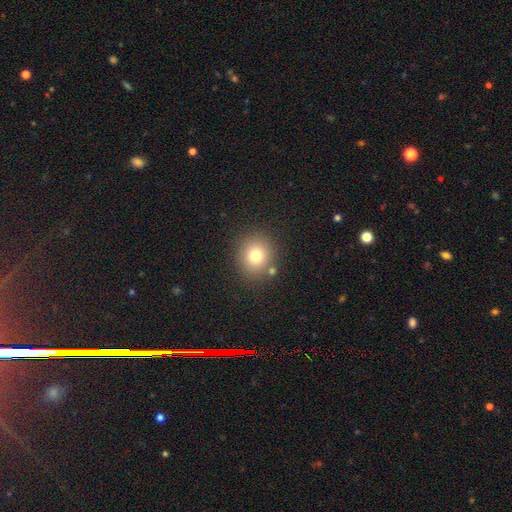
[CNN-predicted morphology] smooth-or-featured: smooth: 76% | star or artifact: 14% | featured or disk: 10%
  how-rounded: round: 85% | in between: 14% | cigar-shaped: 1%
  merging: none: 81% | minor disturbance: 9% | merger: 7% | major disturbance: 3%